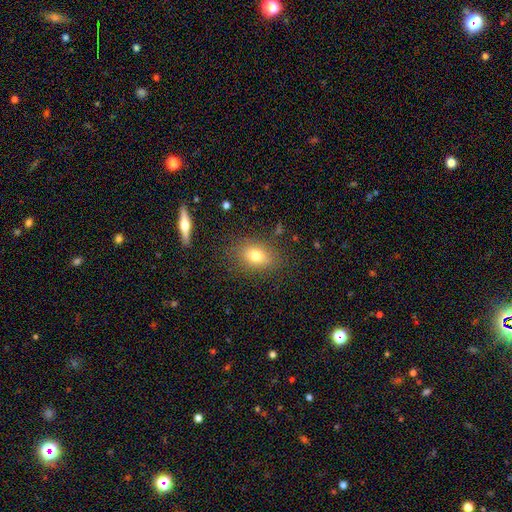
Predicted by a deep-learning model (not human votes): Morphology: type=smooth (75%); roundness=in between (71%); merging=none (81%).